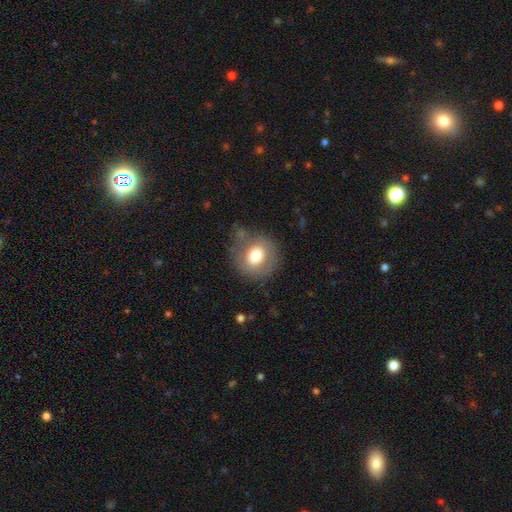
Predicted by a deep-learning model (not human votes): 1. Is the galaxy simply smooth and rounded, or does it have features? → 71% smooth, 20% featured or disk, 9% star or artifact.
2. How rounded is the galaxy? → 82% round, 17% in between, 1% cigar-shaped.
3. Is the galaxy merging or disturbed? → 68% none, 19% minor disturbance, 9% major disturbance, 3% merger.